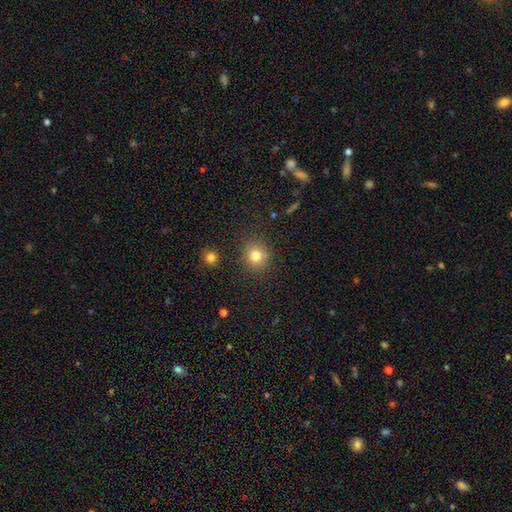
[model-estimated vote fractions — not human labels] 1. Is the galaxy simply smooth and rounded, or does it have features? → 80% smooth, 13% star or artifact, 7% featured or disk.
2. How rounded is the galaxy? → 88% round, 11% in between, 1% cigar-shaped.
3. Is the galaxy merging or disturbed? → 85% none, 8% minor disturbance, 3% major disturbance, 3% merger.